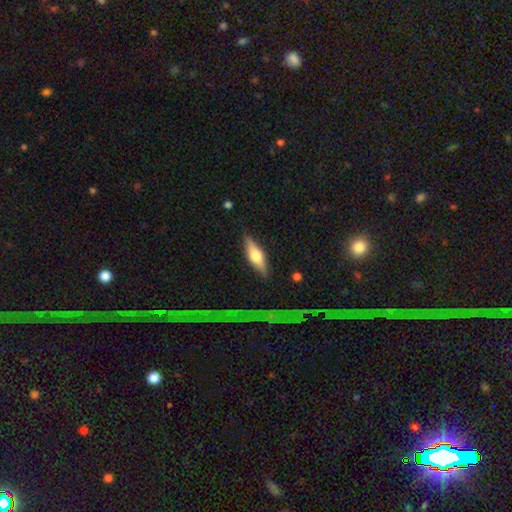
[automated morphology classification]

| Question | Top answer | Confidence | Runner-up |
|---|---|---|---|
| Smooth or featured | featured or disk | 53% | smooth (41%) |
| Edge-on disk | yes | 92% | no (8%) |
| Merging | none | 86% | minor disturbance (10%) |